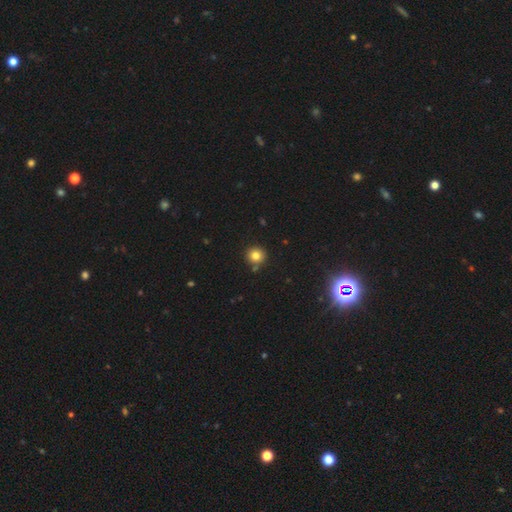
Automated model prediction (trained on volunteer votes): smooth_or_featured: smooth (p=0.81) [alt: star or artifact p=0.12]
how_rounded: round (p=0.92) [alt: in between p=0.07]
merging: none (p=0.83) [alt: minor disturbance p=0.08]